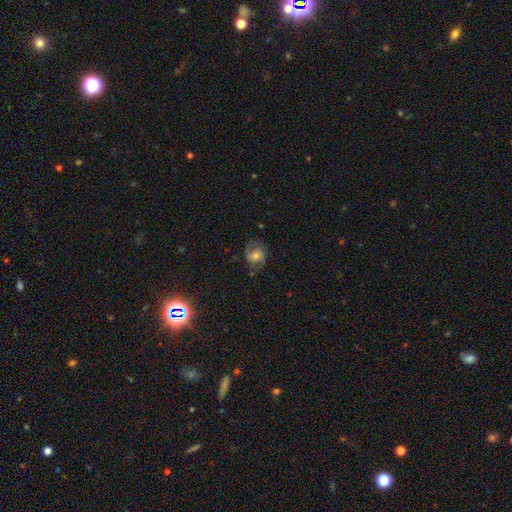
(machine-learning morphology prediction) The model was most divided on "smooth or featured": smooth: 50%, featured or disk: 40%, star or artifact: 10%. More confident: how rounded — round (63%); merging — none (63%).